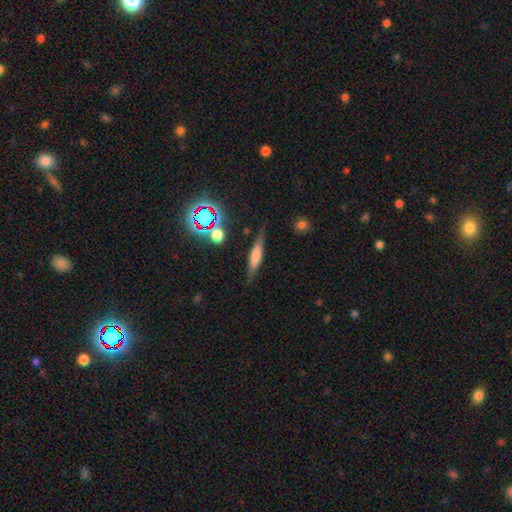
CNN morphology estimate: Smooth or featured: smooth — 46% (featured or disk — 44%)
Merging: none — 79% (minor disturbance — 14%)